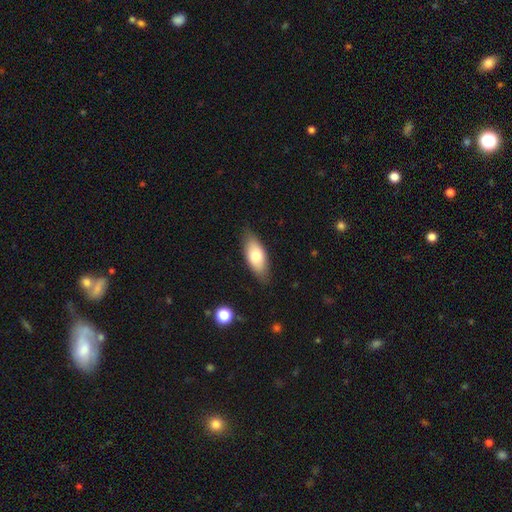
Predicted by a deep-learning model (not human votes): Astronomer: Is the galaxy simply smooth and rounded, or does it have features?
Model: smooth — 73%.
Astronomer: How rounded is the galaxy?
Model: in between — 84%.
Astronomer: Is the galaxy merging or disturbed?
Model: none — 81%.